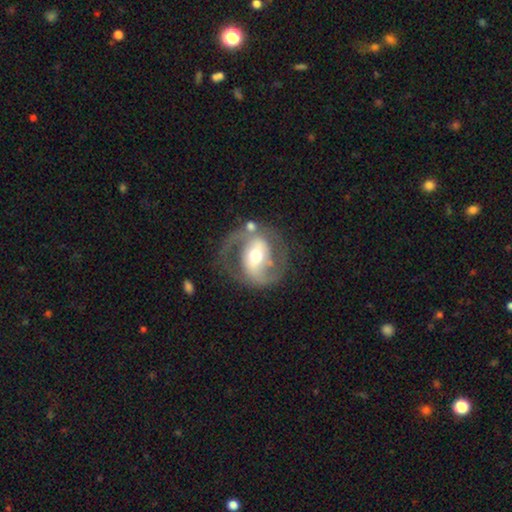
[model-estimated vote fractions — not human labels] smooth_or_featured: featured or disk (p=0.81) [alt: smooth p=0.13]
disk_edge_on: no (p=0.96) [alt: yes p=0.04]
bar: strong (p=0.44) [alt: weak p=0.32]
has_spiral_arms: yes (p=0.81) [alt: no p=0.19]
spiral_winding: medium (p=0.51) [alt: tight p=0.26]
spiral_arm_count: 2 (p=0.87) [alt: can't tell p=0.06]
bulge_size: moderate (p=0.69) [alt: small p=0.18]
merging: none (p=0.71) [alt: minor disturbance p=0.14]